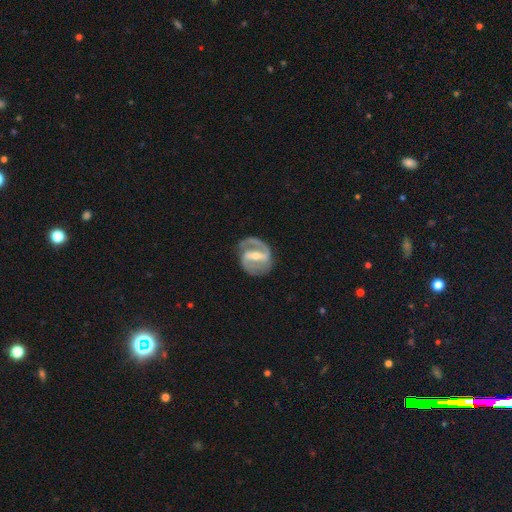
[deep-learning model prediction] Smooth or featured?
  - featured or disk: 88% *
  - smooth: 7%
  - star or artifact: 4%
Edge-on disk?
  - no: 97% *
  - yes: 3%
Bar?
  - strong: 69% *
  - weak: 24%
  - no: 7%
Spiral arms?
  - yes: 93% *
  - no: 7%
Spiral winding?
  - medium: 50% *
  - tight: 36%
  - loose: 14%
Spiral arm count?
  - 2: 89% *
  - 1: 4%
  - can't tell: 4%
  - 3: 1%
  - 4: 1%
  - more than 4: 1%
Bulge size?
  - moderate: 48% *
  - small: 47%
  - large: 2%
  - none: 2%
  - dominant: 1%
Merging?
  - none: 79% *
  - minor disturbance: 13%
  - major disturbance: 6%
  - merger: 2%